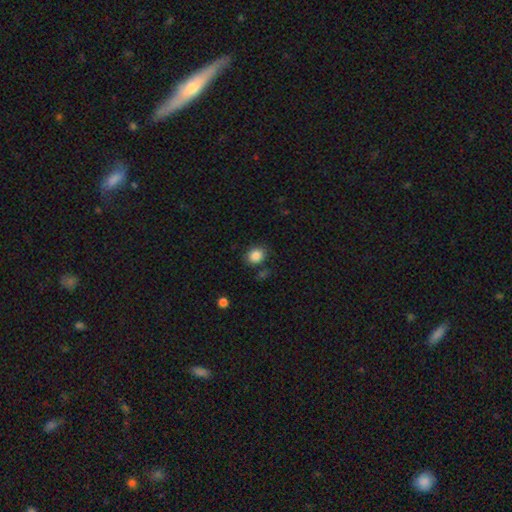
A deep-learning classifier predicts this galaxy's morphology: The model was most divided on "how rounded": round: 60%, in between: 39%, cigar-shaped: 1%. More confident: smooth or featured — smooth (86%); merging — none (81%).